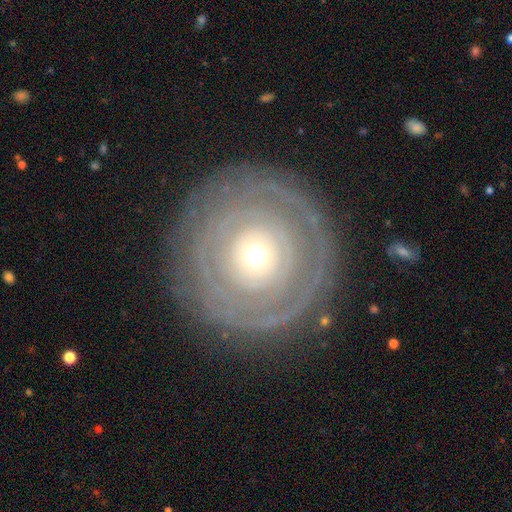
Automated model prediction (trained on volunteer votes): Q: Smooth or featured?
A: featured or disk (65%); runner-up: smooth (29%)
Q: Edge-on disk?
A: no (95%); runner-up: yes (5%)
Q: Bar?
A: no (91%); runner-up: weak (6%)
Q: Spiral arms?
A: no (64%); runner-up: yes (36%)
Q: Bulge size?
A: small (59%); runner-up: moderate (35%)
Q: Merging?
A: none (83%); runner-up: minor disturbance (11%)